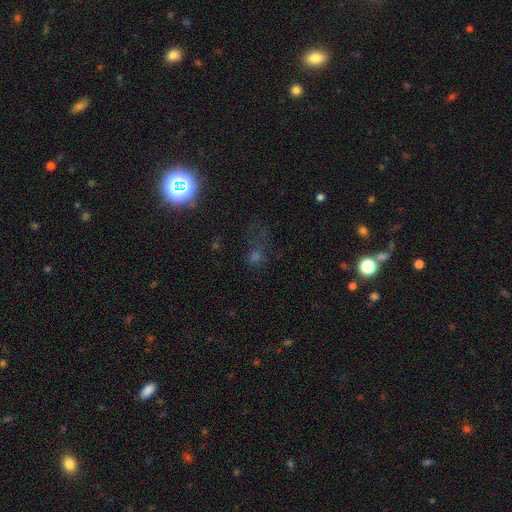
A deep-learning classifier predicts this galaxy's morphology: smooth-or-featured: star or artifact: 49% | smooth: 36% | featured or disk: 15%